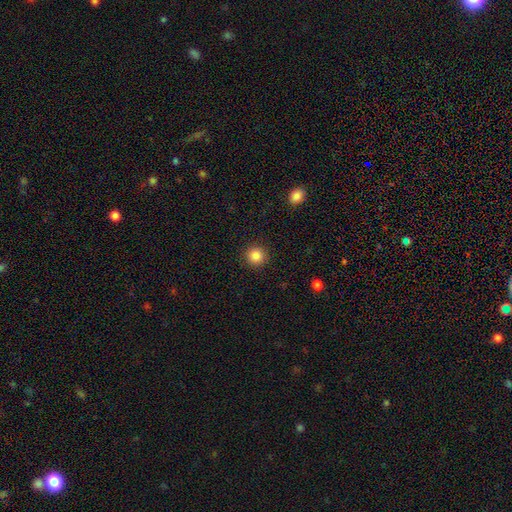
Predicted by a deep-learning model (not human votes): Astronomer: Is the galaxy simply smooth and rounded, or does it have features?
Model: smooth — 86%.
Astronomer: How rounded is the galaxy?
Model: round — 95%.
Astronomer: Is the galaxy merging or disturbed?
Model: none — 92%.